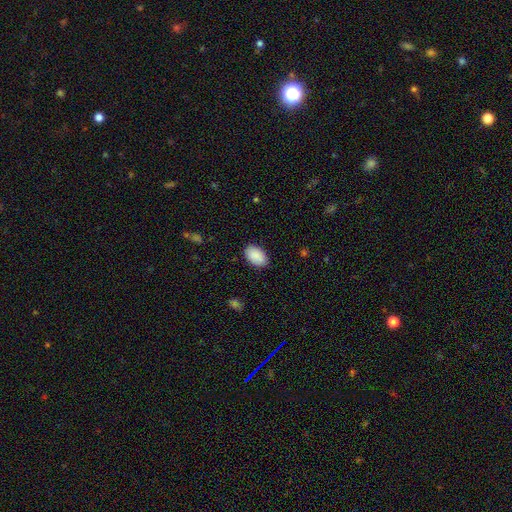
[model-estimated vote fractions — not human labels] Overall: smooth (90%). How rounded: in between (93%). Merging: none (86%).